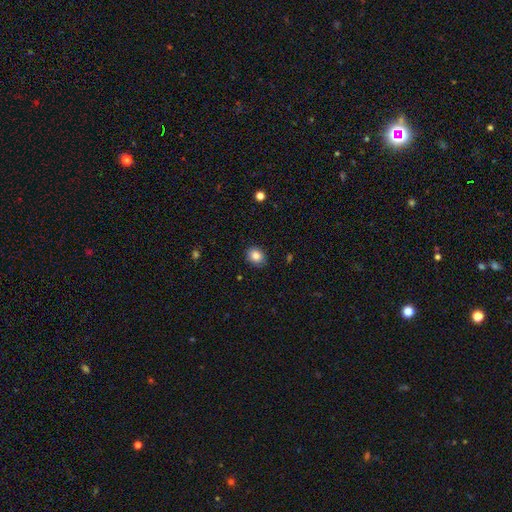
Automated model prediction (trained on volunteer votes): Smooth or featured?
  - smooth: 85% *
  - star or artifact: 9%
  - featured or disk: 6%
How rounded?
  - round: 52% *
  - in between: 47%
  - cigar-shaped: 1%
Merging?
  - none: 87% *
  - minor disturbance: 10%
  - major disturbance: 2%
  - merger: 1%